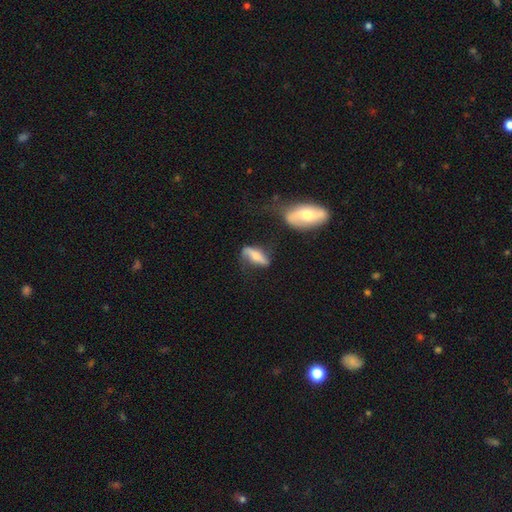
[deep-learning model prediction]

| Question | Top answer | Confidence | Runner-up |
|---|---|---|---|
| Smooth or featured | featured or disk | 47% | smooth (45%) |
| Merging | none | 53% | minor disturbance (27%) |